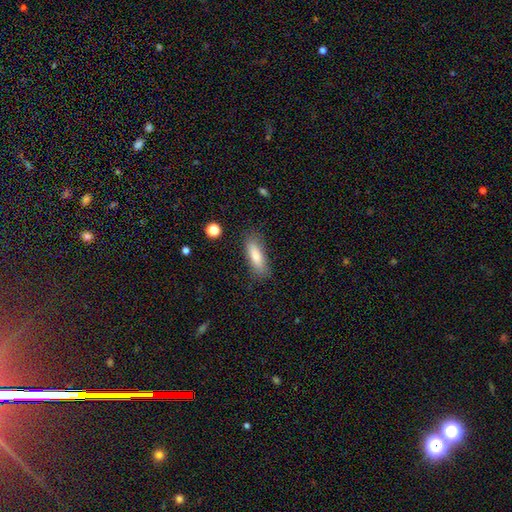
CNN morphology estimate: Overall: smooth (81%). How rounded: in between (54%; cigar-shaped 44%). Merging: none (81%).